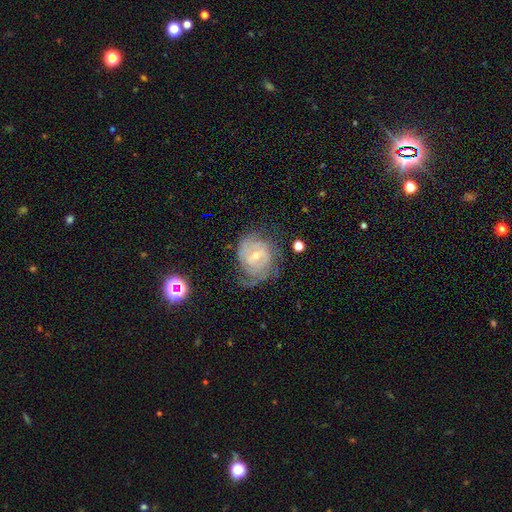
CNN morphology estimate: smooth-or-featured: featured or disk: 81% | smooth: 12% | star or artifact: 7%
  disk-edge-on: no: 97% | yes: 3%
    bar: weak: 59% | no: 24% | strong: 16%
    has-spiral-arms: yes: 92% | no: 8%
      spiral-winding: tight: 59% | medium: 32% | loose: 9%
      spiral-arm-count: 2: 37% | can't tell: 36% | 3: 13% | 1: 5% | 4: 5% | more than 4: 4%
    bulge-size: small: 60% | moderate: 35% | none: 3% | large: 2% | dominant: 1%
  merging: none: 55% | minor disturbance: 25% | major disturbance: 18% | merger: 2%